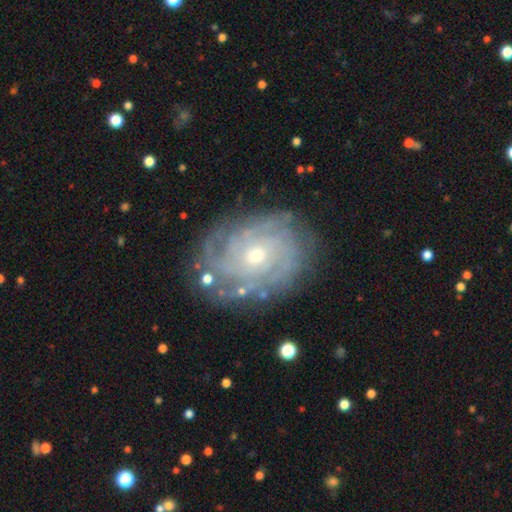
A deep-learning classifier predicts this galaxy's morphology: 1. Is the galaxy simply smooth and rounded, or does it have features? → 86% featured or disk, 8% smooth, 6% star or artifact.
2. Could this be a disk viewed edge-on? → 97% no, 3% yes.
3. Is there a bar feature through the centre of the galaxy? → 74% no, 21% weak, 4% strong.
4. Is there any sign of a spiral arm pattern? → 96% yes, 4% no.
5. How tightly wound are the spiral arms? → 75% tight, 20% medium, 4% loose.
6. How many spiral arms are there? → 33% can't tell, 22% 4, 16% 3, 13% more than 4, 10% 2, 6% 1.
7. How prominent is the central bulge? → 53% small, 44% moderate, 2% large, 1% none, 1% dominant.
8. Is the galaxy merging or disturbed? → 78% none, 15% minor disturbance, 5% major disturbance, 2% merger.